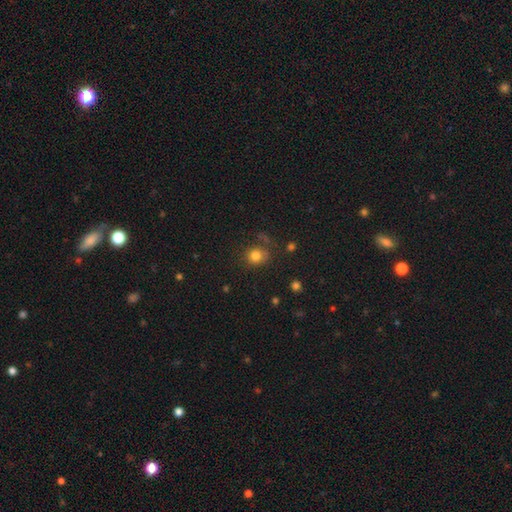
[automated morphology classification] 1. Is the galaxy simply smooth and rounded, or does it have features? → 80% smooth, 12% star or artifact, 7% featured or disk.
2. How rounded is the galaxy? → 79% round, 20% in between, 1% cigar-shaped.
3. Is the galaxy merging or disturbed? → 67% none, 18% minor disturbance, 9% major disturbance, 6% merger.